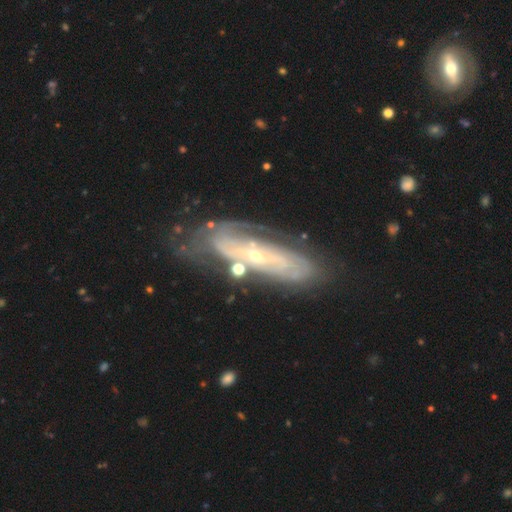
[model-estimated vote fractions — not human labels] smooth_or_featured: featured or disk (p=0.81) [alt: smooth p=0.13]
disk_edge_on: no (p=0.84) [alt: yes p=0.16]
bar: no (p=0.69) [alt: weak p=0.21]
has_spiral_arms: yes (p=0.80) [alt: no p=0.20]
spiral_winding: tight (p=0.64) [alt: medium p=0.26]
spiral_arm_count: can't tell (p=0.54) [alt: 2 p=0.27]
bulge_size: small (p=0.72) [alt: moderate p=0.24]
merging: none (p=0.61) [alt: minor disturbance p=0.21]